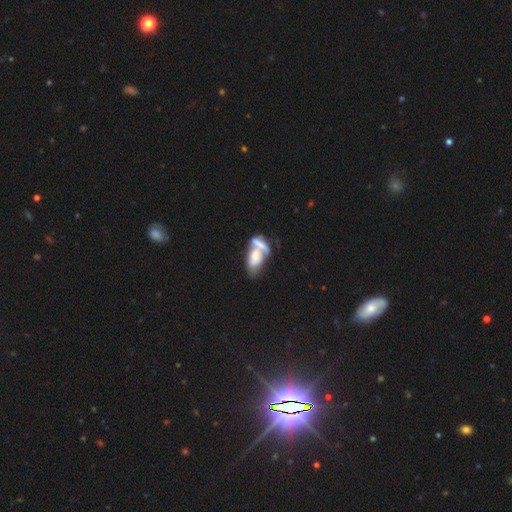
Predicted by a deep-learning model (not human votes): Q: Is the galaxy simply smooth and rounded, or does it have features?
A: smooth — 63%.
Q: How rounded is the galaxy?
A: in between — 87%.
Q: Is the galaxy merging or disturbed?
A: merger — 69%.